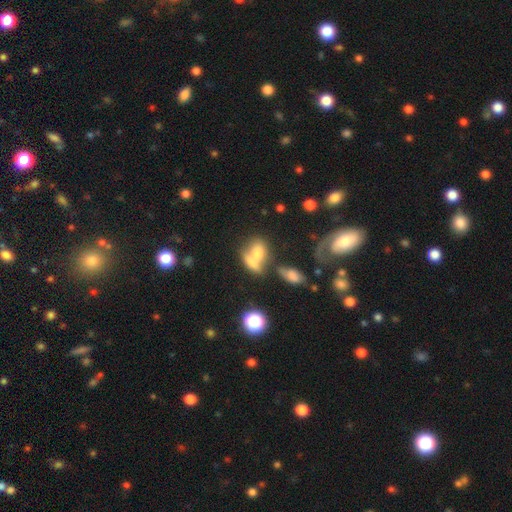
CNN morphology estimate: This is likely a smooth galaxy (67%). How rounded: likely in between (69%). Merging: possibly merger (57%).